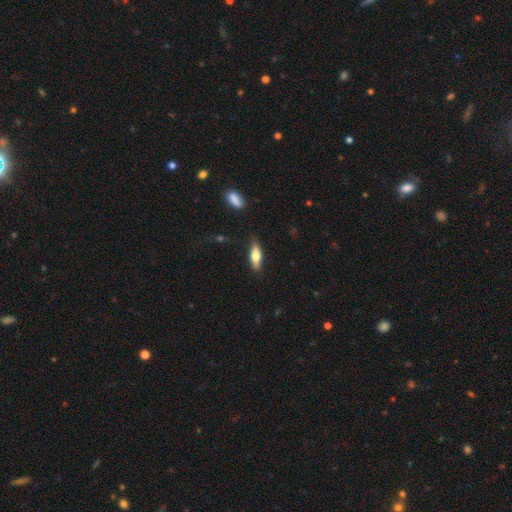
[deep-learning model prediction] Smooth or featured?
  - smooth: 66% *
  - featured or disk: 28%
  - star or artifact: 6%
How rounded?
  - in between: 56% *
  - cigar-shaped: 41%
  - round: 3%
Merging?
  - none: 81% *
  - minor disturbance: 14%
  - major disturbance: 3%
  - merger: 2%